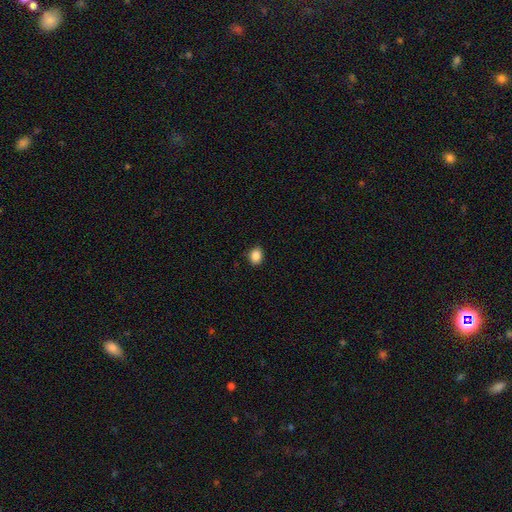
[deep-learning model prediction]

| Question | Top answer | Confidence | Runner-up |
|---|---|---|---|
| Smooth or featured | smooth | 88% | star or artifact (9%) |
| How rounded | in between | 55% | round (44%) |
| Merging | none | 89% | minor disturbance (8%) |